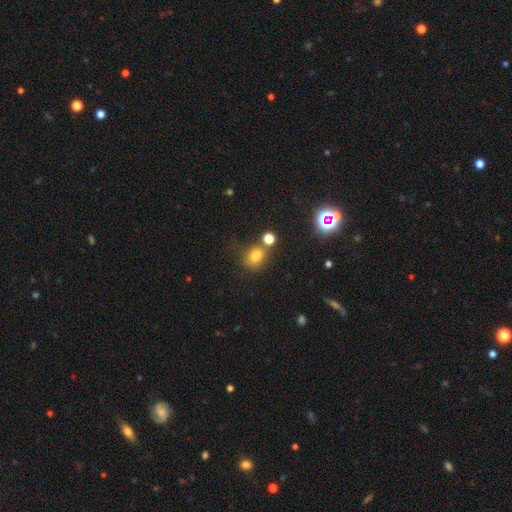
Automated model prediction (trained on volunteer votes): Smooth or featured? Predicted: smooth (p=0.76). How rounded? Predicted: round (p=0.59). Merging? Predicted: none (p=0.61).